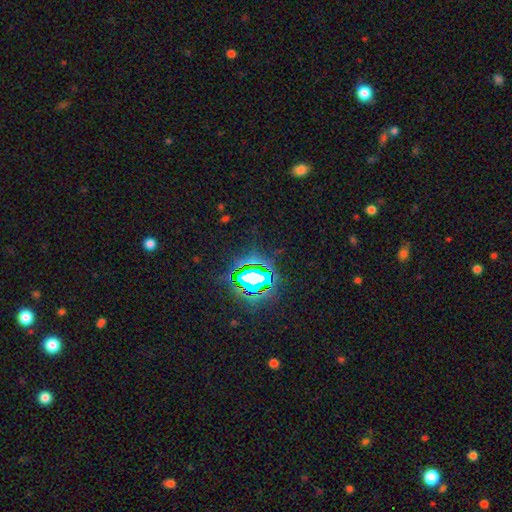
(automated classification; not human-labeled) Smooth or featured? Predicted: star or artifact (p=0.83).